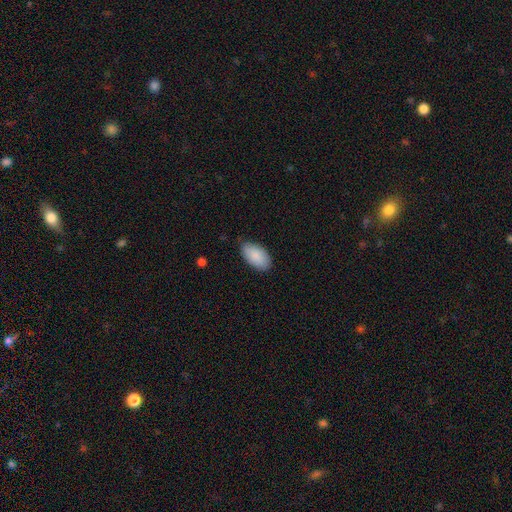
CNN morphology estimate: A smooth galaxy with no disk features (89%) that is in between round and cigar-shaped (95%).

Vote fractions:
- Smooth or featured? smooth: 89% / star or artifact: 6% / featured or disk: 5%
- How rounded? in between: 95% / round: 3% / cigar-shaped: 2%
- Merging? none: 81% / minor disturbance: 16% / major disturbance: 2% / merger: 1%